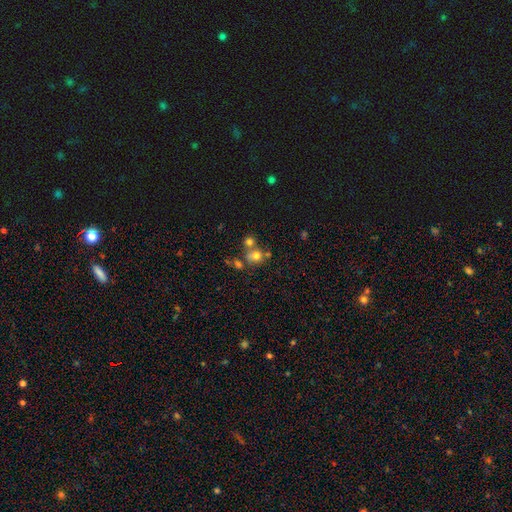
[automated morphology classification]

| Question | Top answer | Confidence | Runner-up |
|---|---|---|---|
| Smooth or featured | smooth | 68% | star or artifact (17%) |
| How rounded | round | 77% | in between (22%) |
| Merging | none | 47% | merger (37%) |